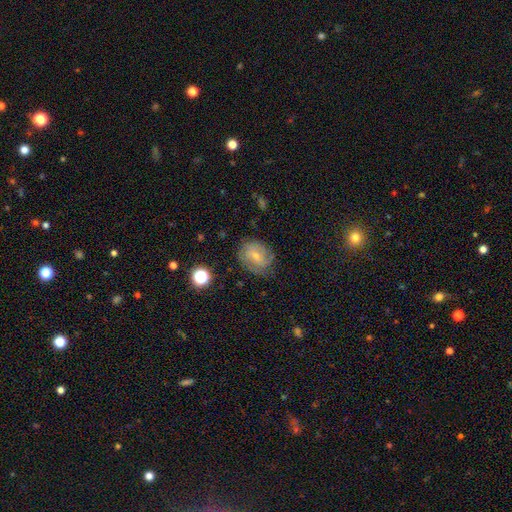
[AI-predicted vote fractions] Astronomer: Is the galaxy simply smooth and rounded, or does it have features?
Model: featured or disk — 45%, tied with smooth at 45%.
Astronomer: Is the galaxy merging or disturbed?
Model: none — 69%.